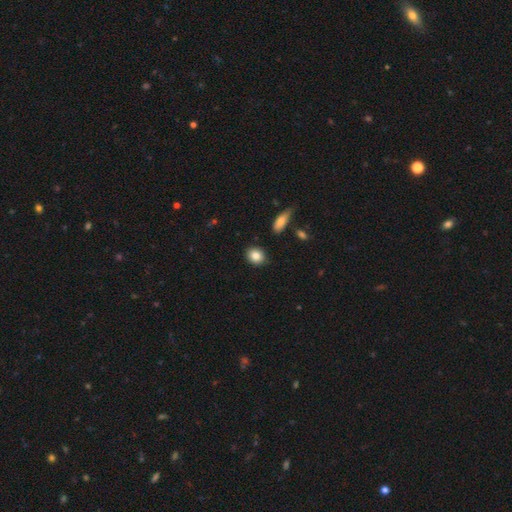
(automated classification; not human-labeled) Overall: smooth (85%). How rounded: round (63%; in between 36%). Merging: none (89%).